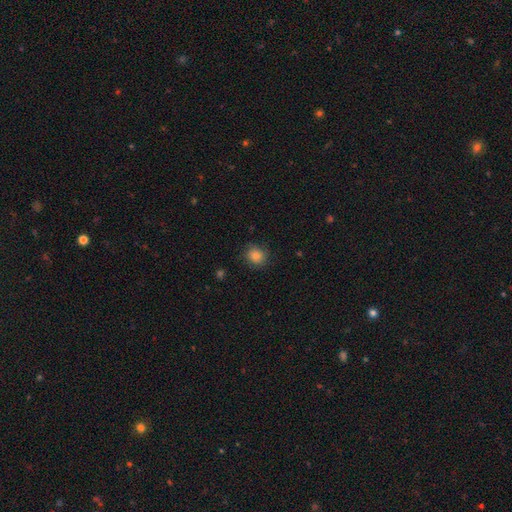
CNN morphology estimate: type=smooth (84%); roundness=round (83%); merging=none (82%).